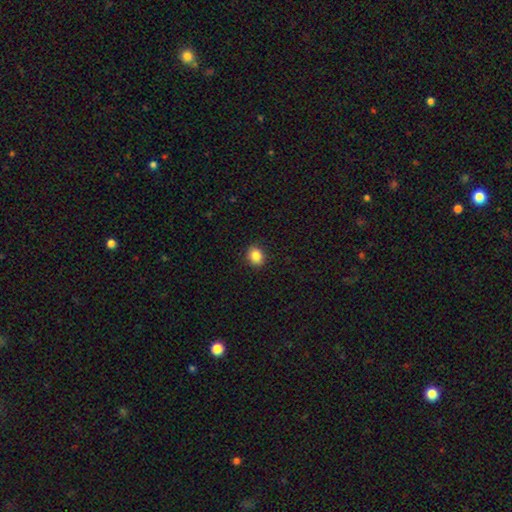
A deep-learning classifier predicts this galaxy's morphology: The model was most divided on "how rounded": round: 56%, in between: 43%, cigar-shaped: 1%. More confident: merging — none (90%); smooth or featured — smooth (87%).